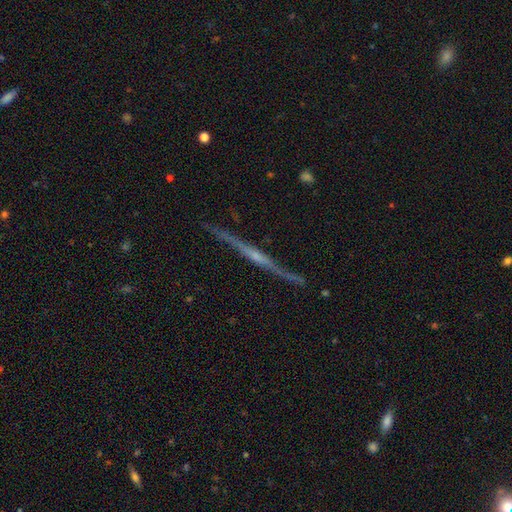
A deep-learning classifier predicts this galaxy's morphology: This appears to be a featured or disk galaxy (84%) viewed edge-on (98%) with a rounded central bulge (65%). Merging: none (89%).